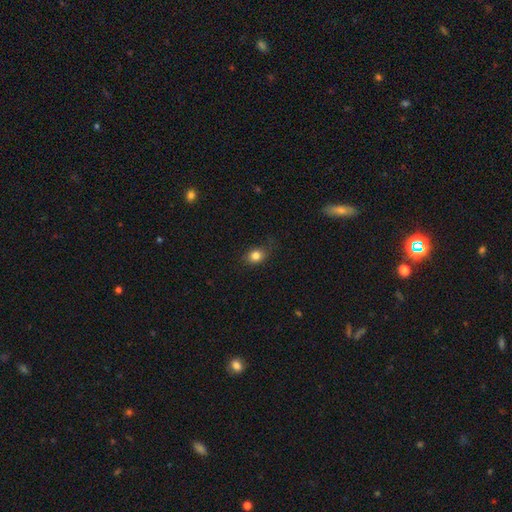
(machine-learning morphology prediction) Smooth or featured?
  - smooth: 82% *
  - star or artifact: 11%
  - featured or disk: 7%
How rounded?
  - round: 54% *
  - in between: 45%
  - cigar-shaped: 1%
Merging?
  - none: 74% *
  - minor disturbance: 19%
  - major disturbance: 5%
  - merger: 1%